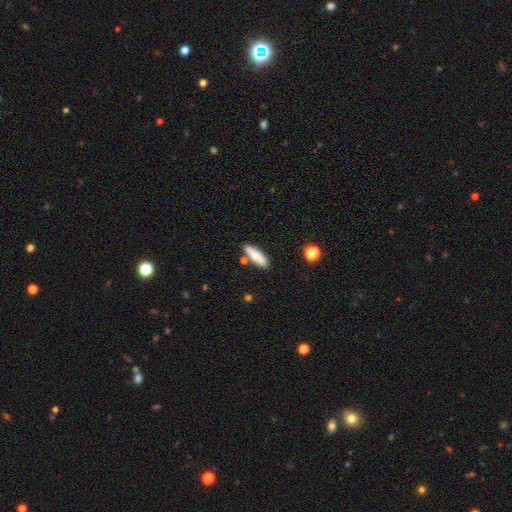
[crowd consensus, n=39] A smooth galaxy with no disk features (87%) that is cigar-shaped (71%).

Vote fractions:
- Smooth or featured? smooth: 87% / featured or disk: 8% / star or artifact: 5%
- How rounded? cigar-shaped: 71% / in between: 18% / round: 12%
- Merging? none: 73% / minor disturbance: 16% / major disturbance: 5% / merger: 5%